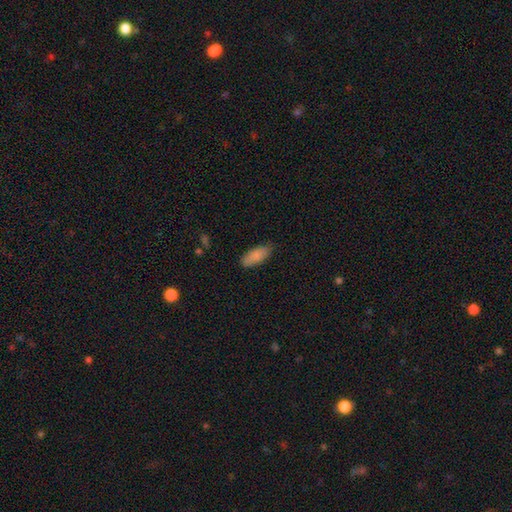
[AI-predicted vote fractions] Smooth or featured? Predicted: smooth (p=0.86). How rounded? Predicted: in between (p=0.83). Merging? Predicted: none (p=0.77).